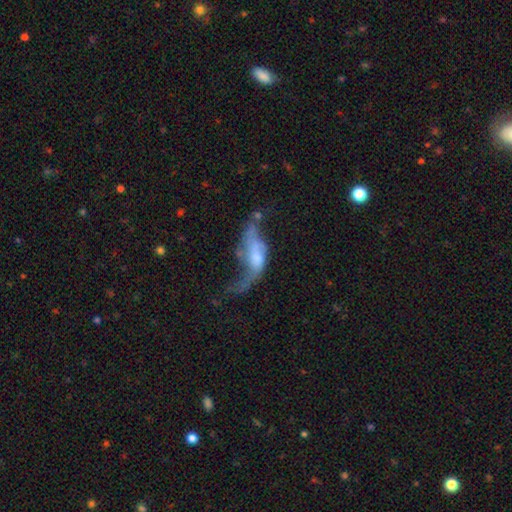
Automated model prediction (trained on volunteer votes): This is likely a featured or disk galaxy (70%). It is clearly not viewed edge-on (86%). Bar: possibly no (57%). Spiral arm pattern: likely yes (76%). Central bulge: marginally small (38%). Merging: marginally major disturbance (44%).